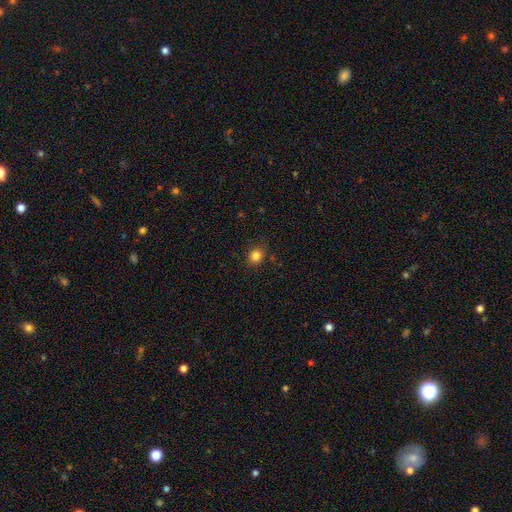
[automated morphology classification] Smooth or featured: smooth — 83% (star or artifact — 12%)
How rounded: round — 79% (in between — 20%)
Merging: none — 85% (minor disturbance — 11%)